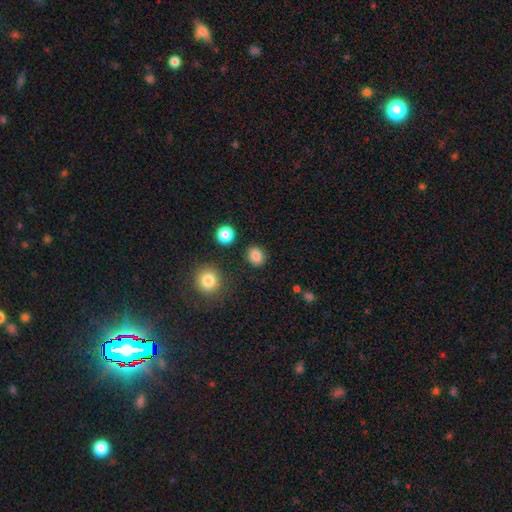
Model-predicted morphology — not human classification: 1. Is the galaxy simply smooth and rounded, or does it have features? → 85% smooth, 11% star or artifact, 4% featured or disk.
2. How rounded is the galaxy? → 71% round, 28% in between, 1% cigar-shaped.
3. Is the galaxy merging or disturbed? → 88% none, 7% minor disturbance, 3% major disturbance, 2% merger.